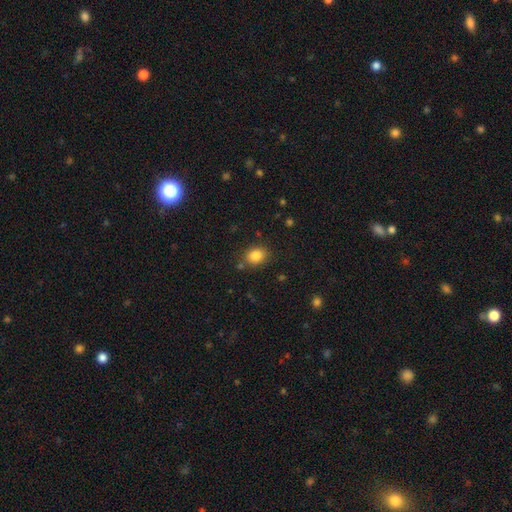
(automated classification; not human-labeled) Morphology: type=smooth (84%); roundness=in between (53%); merging=none (80%).